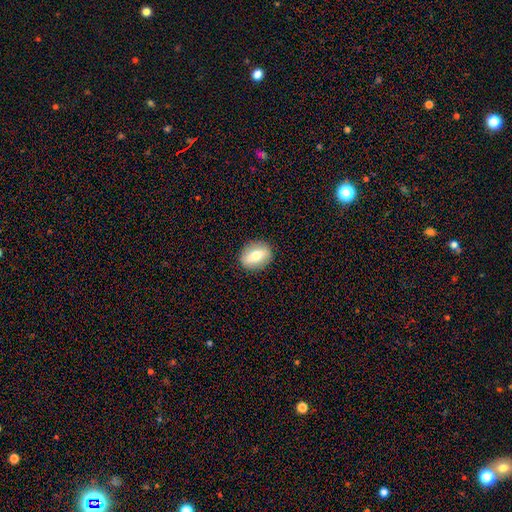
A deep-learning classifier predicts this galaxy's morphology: smooth 57%, featured or disk 35%, star or artifact 8%. Down the decision tree: how rounded — in between (62%); merging — none (88%).